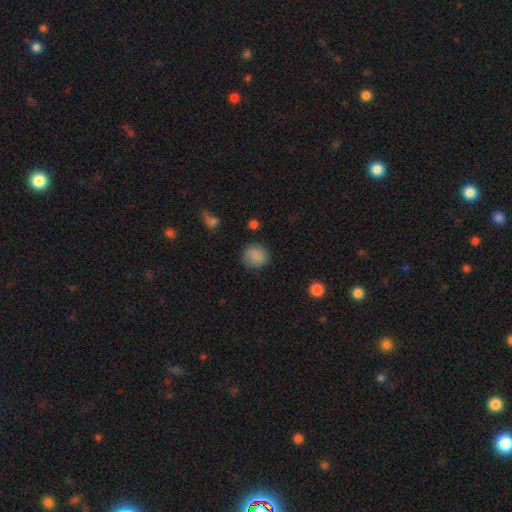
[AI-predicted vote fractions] smooth-or-featured: smooth: 85% | star or artifact: 9% | featured or disk: 6%
  how-rounded: round: 83% | in between: 16% | cigar-shaped: 1%
  merging: none: 83% | minor disturbance: 12% | major disturbance: 3% | merger: 2%